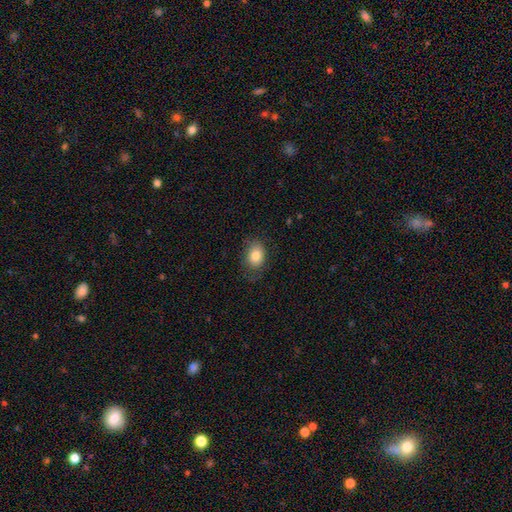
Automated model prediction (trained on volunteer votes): Smooth or featured? smooth (81%)
How rounded? in between (71%)
Merging? none (70%)